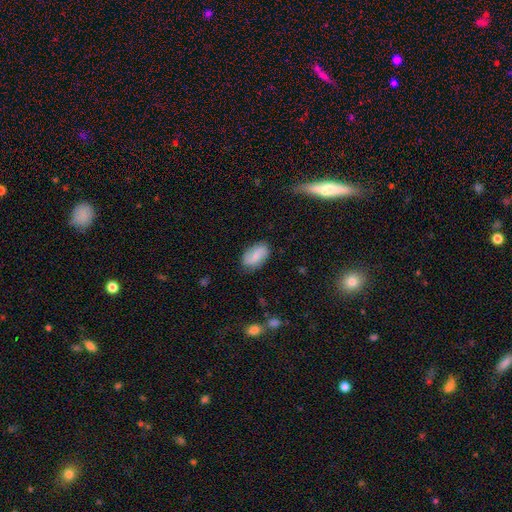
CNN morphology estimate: This is possibly a smooth galaxy (51%). How rounded: clearly in between (92%). Merging: clearly none (81%).